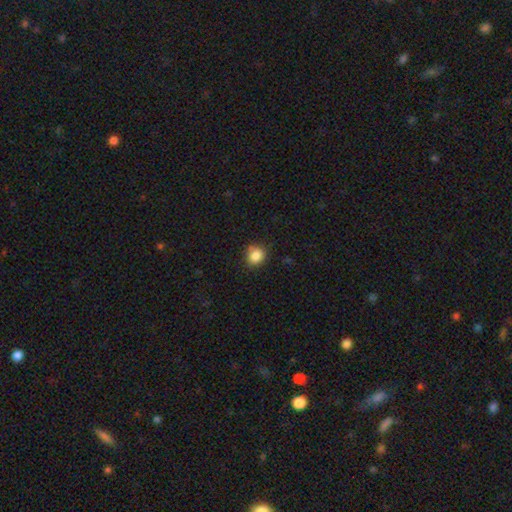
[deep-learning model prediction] smooth-or-featured: smooth: 85% | star or artifact: 10% | featured or disk: 5%
  how-rounded: round: 79% | in between: 20% | cigar-shaped: 1%
  merging: none: 77% | minor disturbance: 17% | major disturbance: 4% | merger: 2%